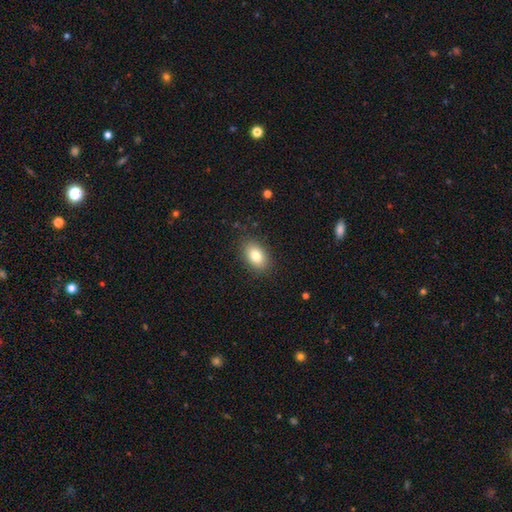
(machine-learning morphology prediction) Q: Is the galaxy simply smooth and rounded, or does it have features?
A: smooth — 81%.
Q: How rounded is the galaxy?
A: in between — 87%.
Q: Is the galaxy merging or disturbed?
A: none — 86%.